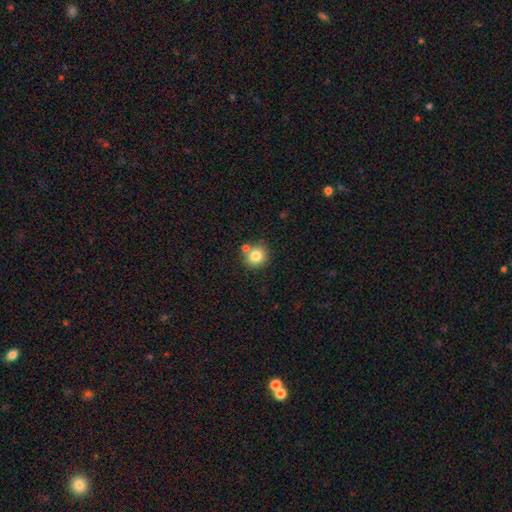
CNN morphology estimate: smooth_or_featured: smooth (p=0.80) [alt: star or artifact p=0.11]
how_rounded: round (p=0.88) [alt: in between p=0.11]
merging: none (p=0.71) [alt: merger p=0.16]